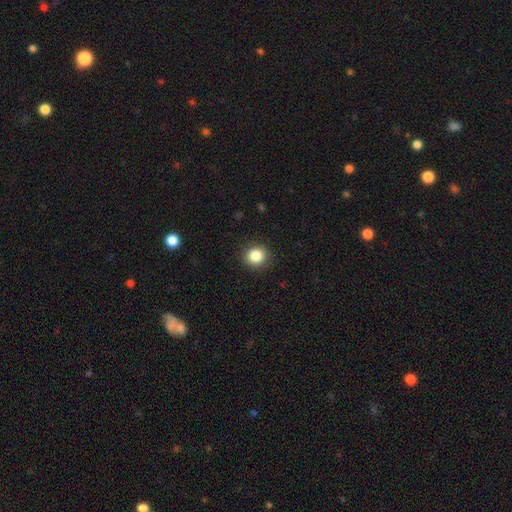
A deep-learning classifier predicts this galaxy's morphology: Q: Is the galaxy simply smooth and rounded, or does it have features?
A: smooth — 85%.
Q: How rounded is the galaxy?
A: round — 85%.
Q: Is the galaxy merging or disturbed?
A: none — 90%.